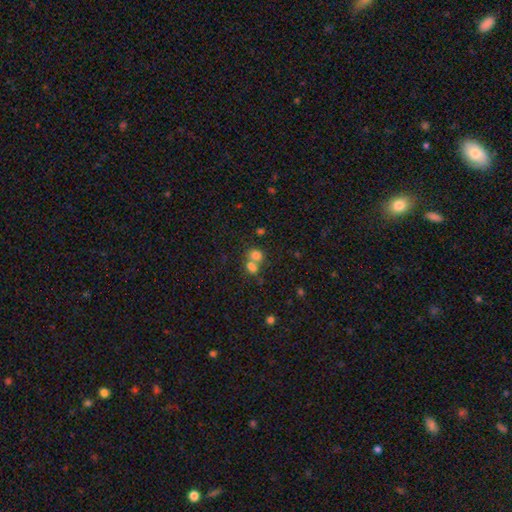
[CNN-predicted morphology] Smooth or featured?
  - smooth: 74% *
  - star or artifact: 14%
  - featured or disk: 12%
How rounded?
  - round: 55% *
  - in between: 44%
  - cigar-shaped: 1%
Merging?
  - merger: 59% *
  - none: 31%
  - minor disturbance: 7%
  - major disturbance: 4%